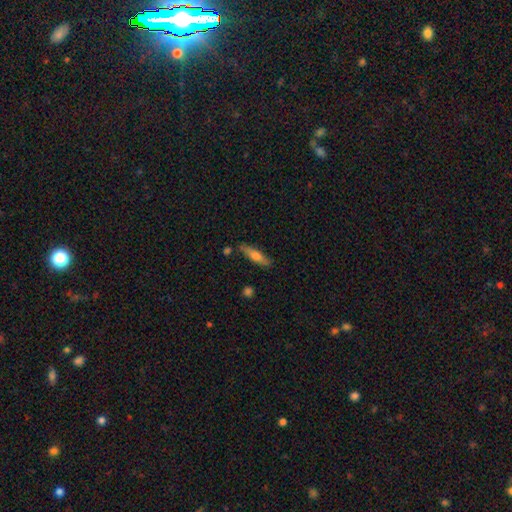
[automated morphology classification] Smooth or featured?
  - smooth: 62% *
  - featured or disk: 32%
  - star or artifact: 6%
How rounded?
  - cigar-shaped: 76% *
  - in between: 22%
  - round: 2%
Merging?
  - none: 77% *
  - minor disturbance: 15%
  - merger: 5%
  - major disturbance: 3%